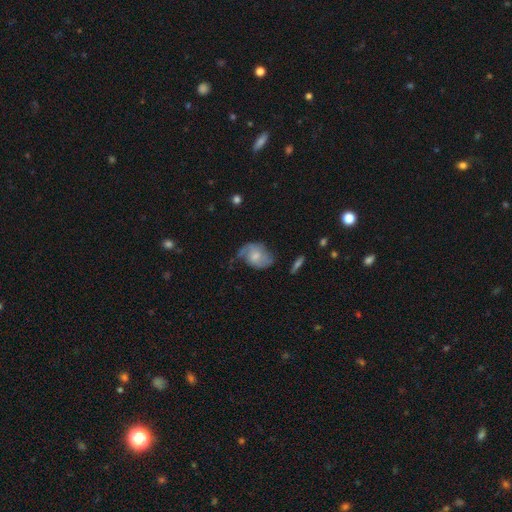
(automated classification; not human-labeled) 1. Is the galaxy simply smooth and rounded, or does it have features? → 56% featured or disk, 37% smooth, 7% star or artifact.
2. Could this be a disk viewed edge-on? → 96% no, 4% yes.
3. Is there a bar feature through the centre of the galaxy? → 57% no, 37% weak, 6% strong.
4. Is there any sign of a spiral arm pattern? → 85% yes, 15% no.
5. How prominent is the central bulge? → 42% small, 37% moderate, 14% none, 5% large, 2% dominant.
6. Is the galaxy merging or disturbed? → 45% none, 31% minor disturbance, 21% major disturbance, 3% merger.